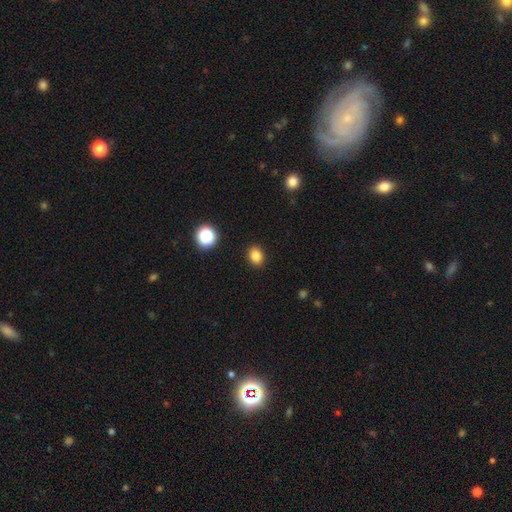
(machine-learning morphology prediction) smooth-or-featured: smooth: 84% | star or artifact: 12% | featured or disk: 4%
  how-rounded: in between: 50% | round: 49% | cigar-shaped: 1%
  merging: none: 91% | minor disturbance: 6% | major disturbance: 2% | merger: 1%